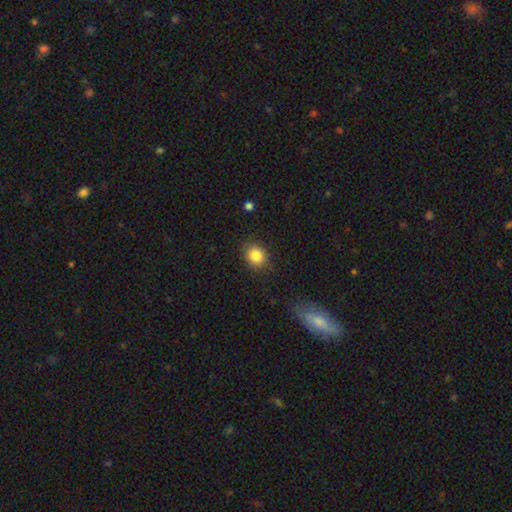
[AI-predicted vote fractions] smooth-or-featured: smooth: 85% | star or artifact: 10% | featured or disk: 5%
  how-rounded: round: 72% | in between: 27% | cigar-shaped: 1%
  merging: none: 85% | minor disturbance: 11% | major disturbance: 3% | merger: 1%